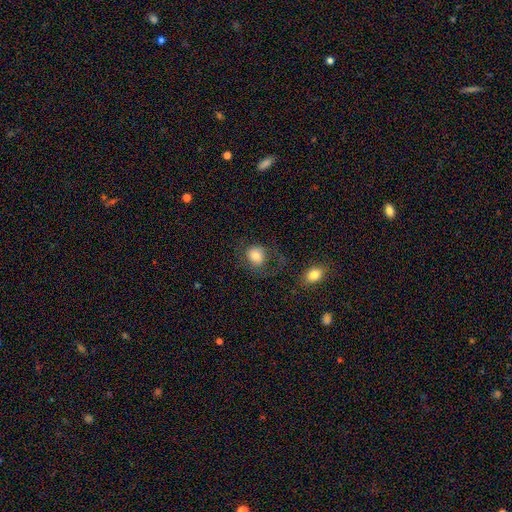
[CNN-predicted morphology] Smooth or featured? Predicted: smooth (p=0.75). How rounded? Predicted: round (p=0.62). Merging? Predicted: none (p=0.54).